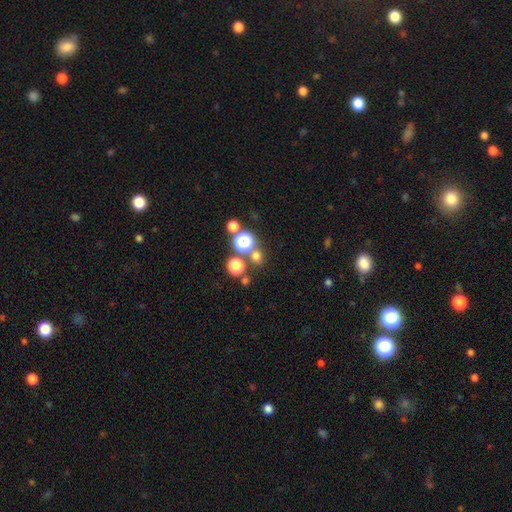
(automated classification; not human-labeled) This is likely a smooth galaxy (66%). How rounded: clearly round (84%). Merging: likely none (72%).